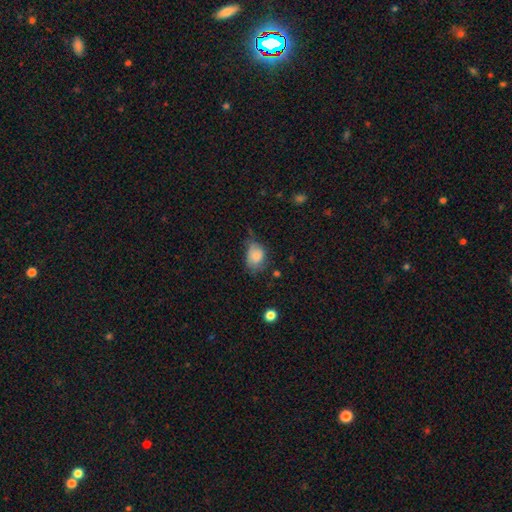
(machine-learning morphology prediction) type=smooth (81%); roundness=in between (69%); merging=none (43%).